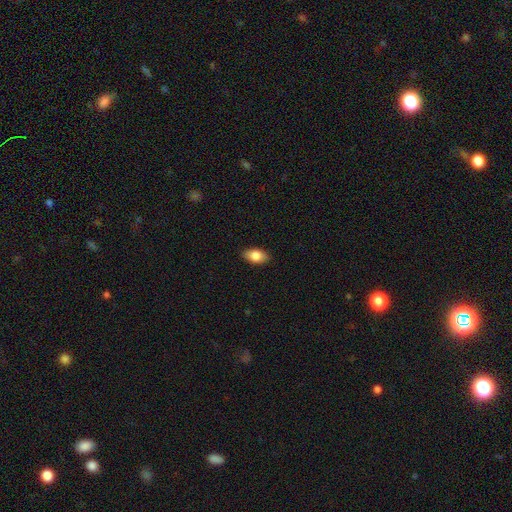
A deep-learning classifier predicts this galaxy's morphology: type=smooth (82%); roundness=in between (92%); merging=none (88%).